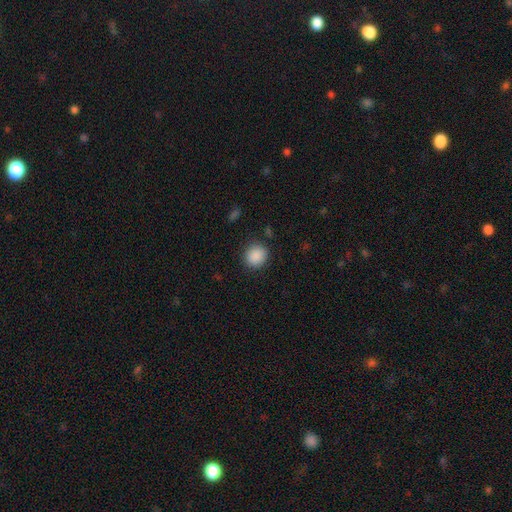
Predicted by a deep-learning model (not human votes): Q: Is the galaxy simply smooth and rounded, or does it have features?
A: smooth — 89%.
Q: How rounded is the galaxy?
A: round — 82%.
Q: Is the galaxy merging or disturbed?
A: none — 87%.